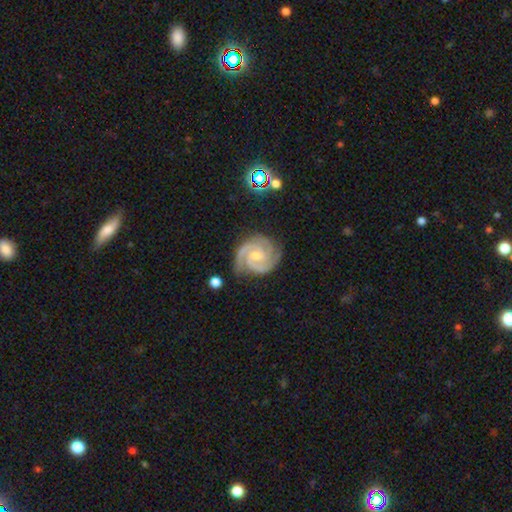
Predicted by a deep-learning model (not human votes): Overall: featured or disk (92%). Edge-on disk: no (98%). Bar: no (55%; weak 34%). Spiral arms: yes (99%). Spiral arm count: 2 (48%; 3 39%). Spiral winding: tight (70%). Bulge size: small (58%; moderate 38%). Merging: none (79%).